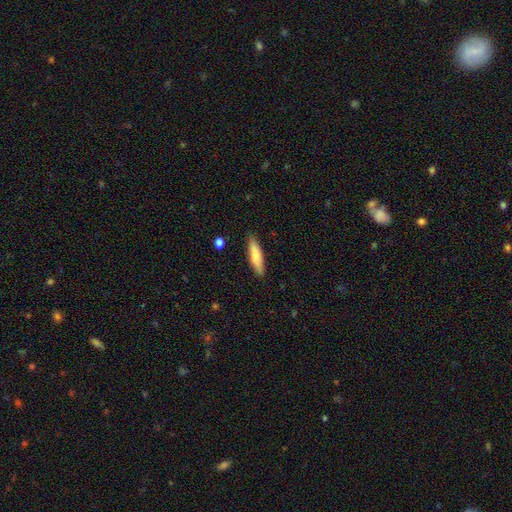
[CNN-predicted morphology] smooth 72%, featured or disk 22%, star or artifact 6%. Down the decision tree: how rounded — cigar-shaped (72%); merging — none (87%).